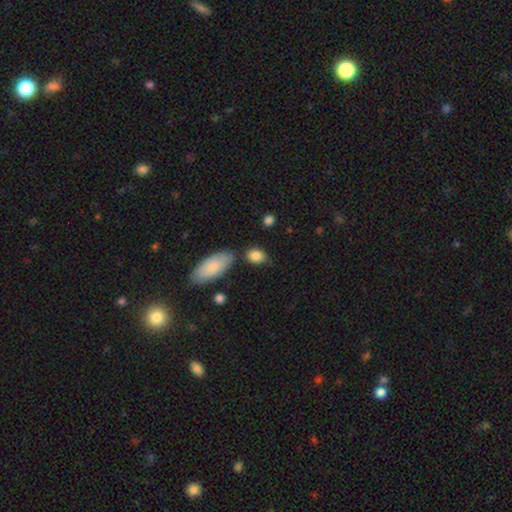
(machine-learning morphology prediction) type=smooth (86%); roundness=in between (72%); merging=none (64%).